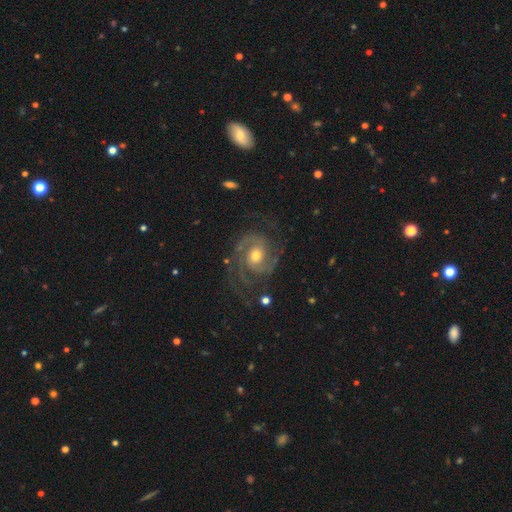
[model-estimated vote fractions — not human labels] featured or disk 92%, star or artifact 5%, smooth 4%. Down the decision tree: edge-on disk — no (98%); bar — no (62%); spiral arms — yes (98%); spiral arm count — 2 (63%); spiral winding — tight (48%); bulge size — moderate (66%); merging — none (72%).